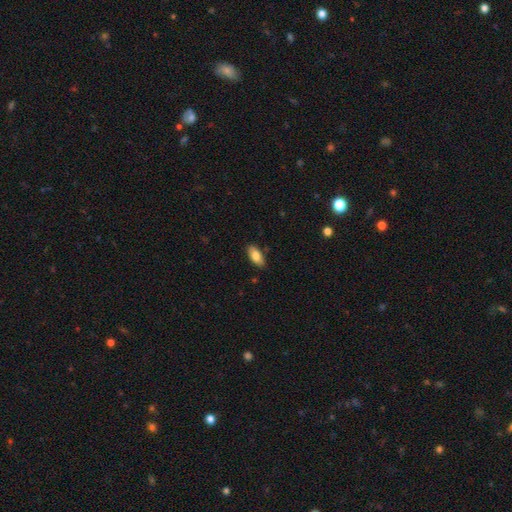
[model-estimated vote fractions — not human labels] Smooth or featured: smooth — 82% (featured or disk — 11%)
How rounded: in between — 87% (cigar-shaped — 11%)
Merging: none — 85% (minor disturbance — 12%)